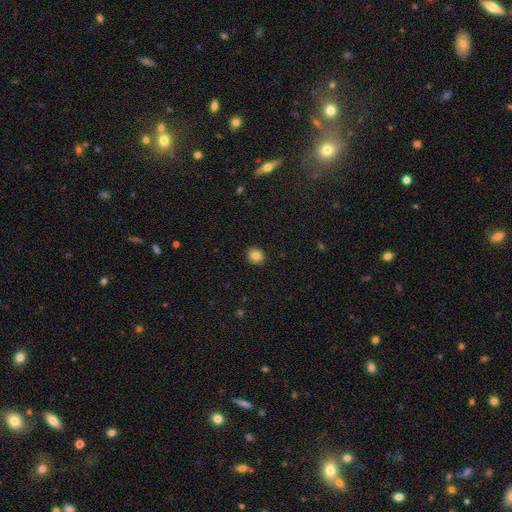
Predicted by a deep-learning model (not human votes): Smooth or featured? smooth (84%)
How rounded? round (74%)
Merging? none (91%)